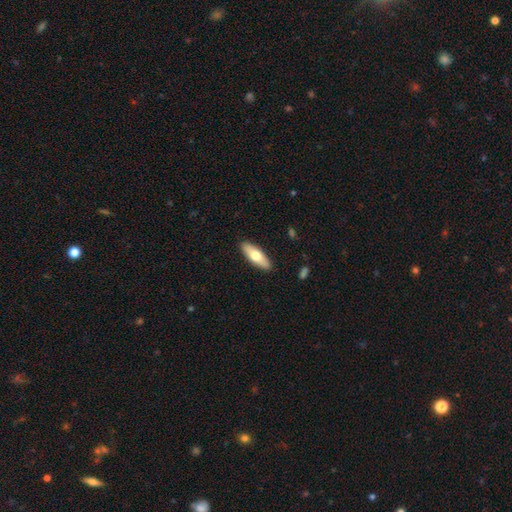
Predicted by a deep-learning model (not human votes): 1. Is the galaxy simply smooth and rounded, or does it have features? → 66% smooth, 29% featured or disk, 5% star or artifact.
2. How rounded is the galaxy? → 60% in between, 38% cigar-shaped, 2% round.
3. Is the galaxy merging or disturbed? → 90% none, 7% minor disturbance, 2% major disturbance, 1% merger.